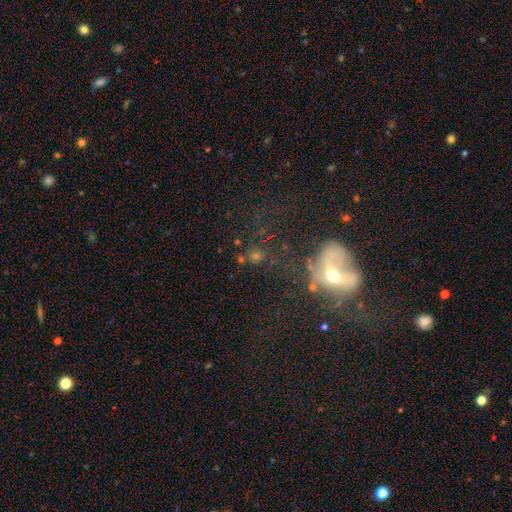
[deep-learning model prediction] Smooth or featured? smooth (40%)
Merging? none (51%)